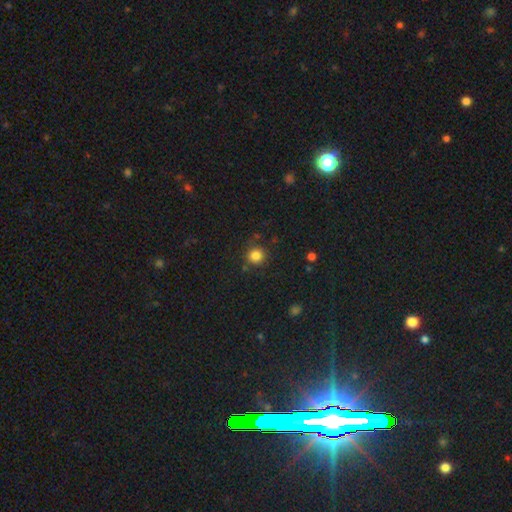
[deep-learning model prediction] smooth-or-featured: smooth: 83% | star or artifact: 13% | featured or disk: 4%
  how-rounded: round: 92% | in between: 7% | cigar-shaped: 1%
  merging: none: 85% | minor disturbance: 9% | merger: 3% | major disturbance: 3%